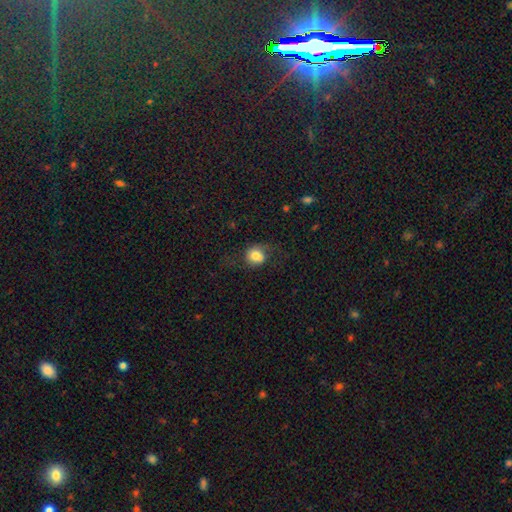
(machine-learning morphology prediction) Q: Smooth or featured?
A: smooth (74%); runner-up: featured or disk (17%)
Q: How rounded?
A: round (67%); runner-up: in between (32%)
Q: Merging?
A: none (60%); runner-up: minor disturbance (22%)